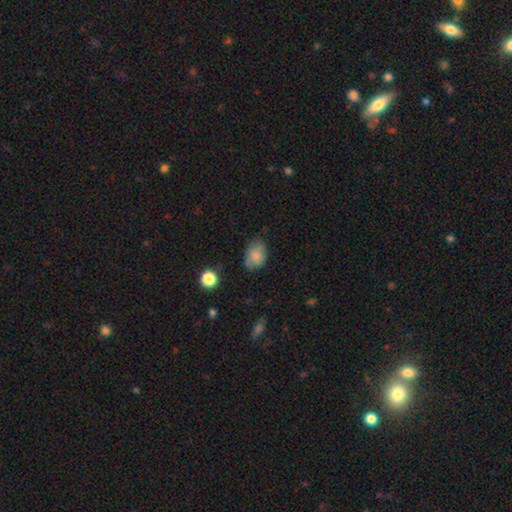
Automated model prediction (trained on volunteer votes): Q: Smooth or featured?
A: smooth (74%); runner-up: featured or disk (17%)
Q: How rounded?
A: in between (77%); runner-up: round (22%)
Q: Merging?
A: none (65%); runner-up: minor disturbance (26%)